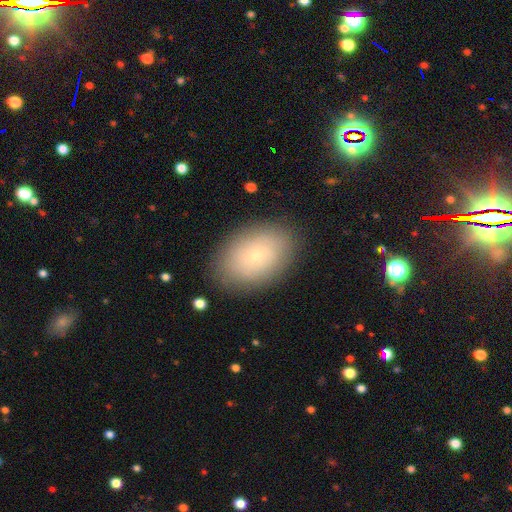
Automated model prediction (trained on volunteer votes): The model was most divided on "smooth or featured": smooth: 72%, featured or disk: 20%, star or artifact: 9%. More confident: merging — none (85%); how rounded — in between (85%).